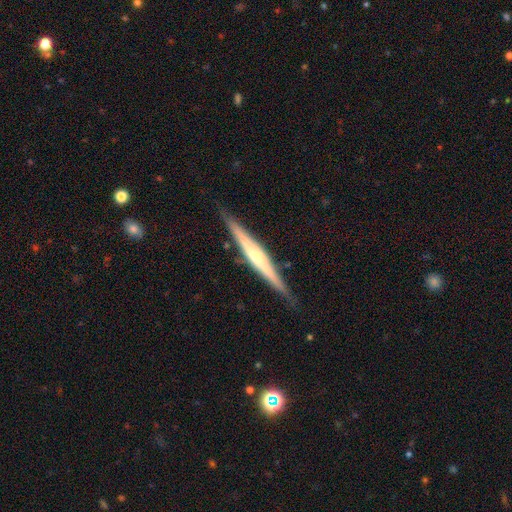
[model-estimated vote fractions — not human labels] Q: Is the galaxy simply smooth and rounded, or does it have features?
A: featured or disk — 77%.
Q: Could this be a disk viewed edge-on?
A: yes — 97%.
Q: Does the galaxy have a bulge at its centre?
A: rounded — 74%.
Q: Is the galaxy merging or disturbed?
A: none — 89%.